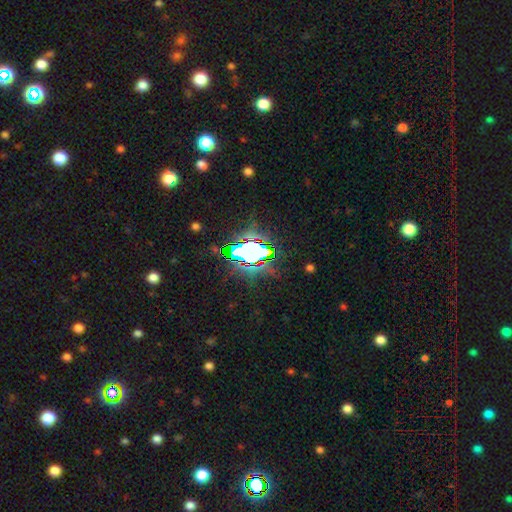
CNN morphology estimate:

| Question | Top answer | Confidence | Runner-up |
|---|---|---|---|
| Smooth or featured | star or artifact | 70% | smooth (17%) |